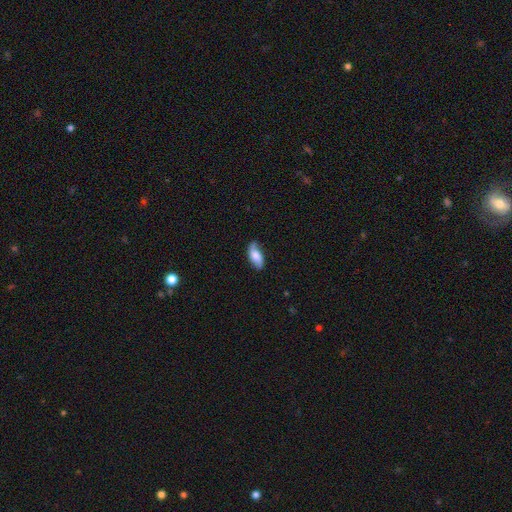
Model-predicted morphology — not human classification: smooth_or_featured: smooth (p=0.61) [alt: featured or disk p=0.32]
how_rounded: in between (p=0.87) [alt: cigar-shaped p=0.10]
merging: none (p=0.72) [alt: minor disturbance p=0.22]